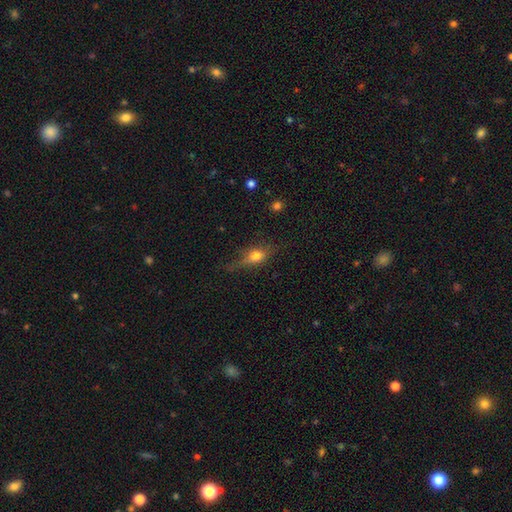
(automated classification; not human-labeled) Q: Smooth or featured?
A: smooth (54%); runner-up: featured or disk (34%)
Q: How rounded?
A: in between (57%); runner-up: cigar-shaped (23%)
Q: Merging?
A: none (63%); runner-up: minor disturbance (24%)